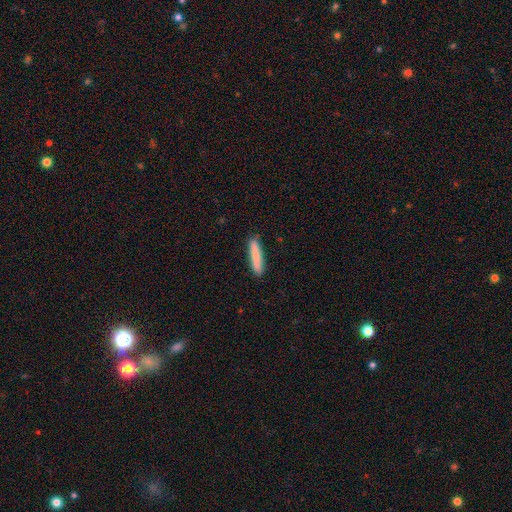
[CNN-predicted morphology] The model was most divided on "smooth or featured": smooth: 83%, featured or disk: 12%, star or artifact: 6%. More confident: how rounded — cigar-shaped (91%); merging — none (89%).